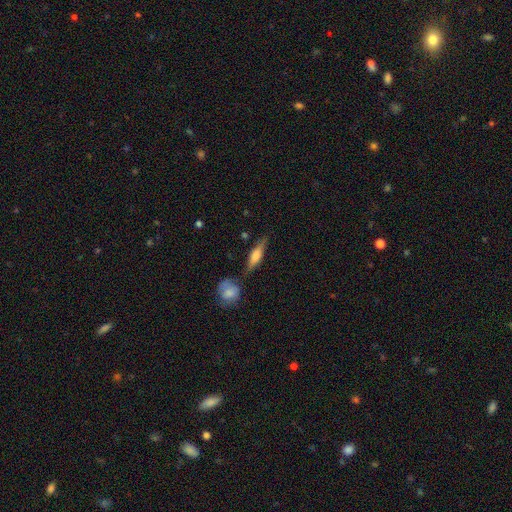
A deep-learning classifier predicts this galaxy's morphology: smooth 57%, featured or disk 36%, star or artifact 7%. Down the decision tree: how rounded — cigar-shaped (55%); merging — none (66%).